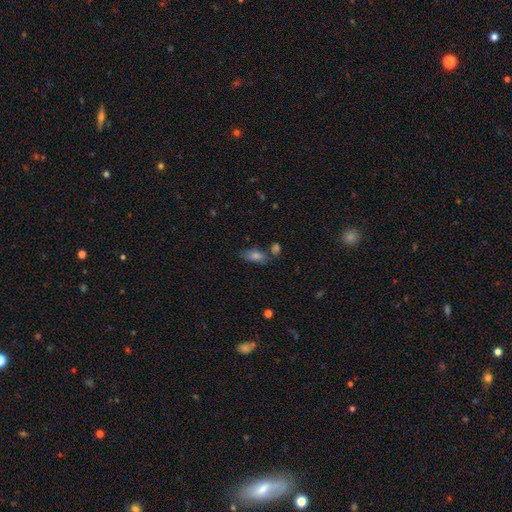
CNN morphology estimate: The model was most divided on "smooth or featured": smooth: 59%, star or artifact: 21%, featured or disk: 21%. More confident: how rounded — in between (78%); merging — none (64%).